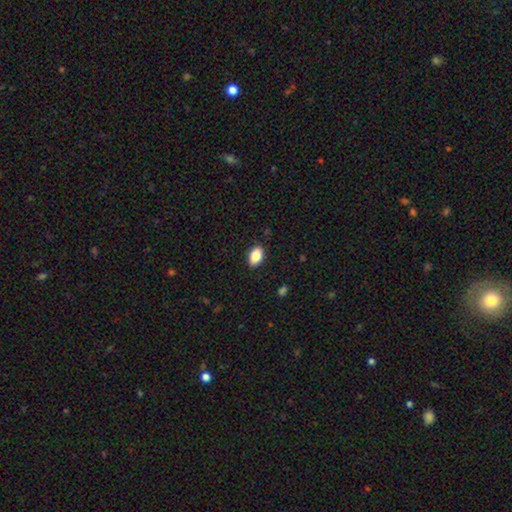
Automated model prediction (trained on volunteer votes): Smooth or featured? Predicted: smooth (p=0.87). How rounded? Predicted: in between (p=0.90). Merging? Predicted: none (p=0.88).